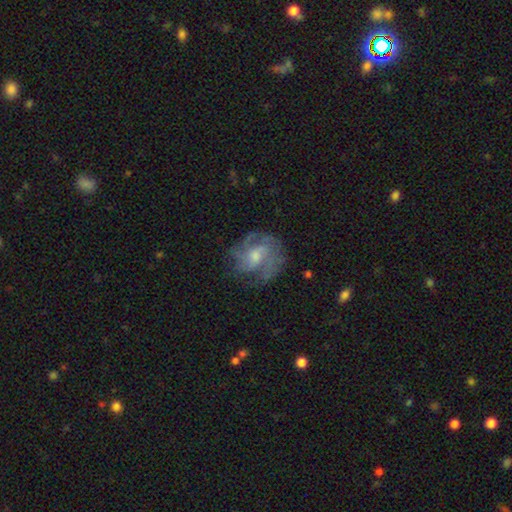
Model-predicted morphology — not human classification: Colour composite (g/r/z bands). It shows a featured or disk galaxy (73%) with no bar (52%), 3 (30%) medium (45%) spiral arms (87%) and a moderate central bulge (51%). Merging: none (66%).